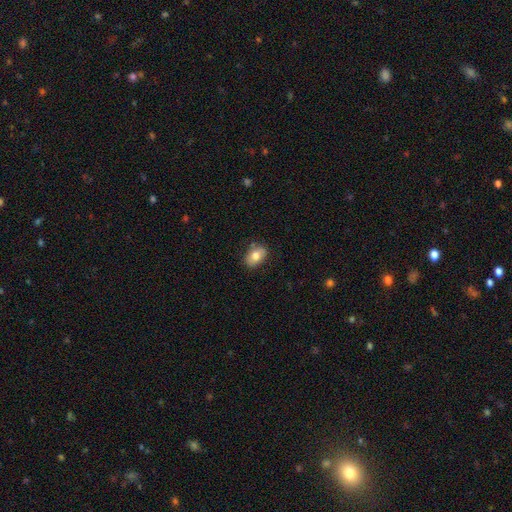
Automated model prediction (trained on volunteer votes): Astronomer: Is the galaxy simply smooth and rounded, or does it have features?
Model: smooth — 78%.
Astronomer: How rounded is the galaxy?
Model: in between — 83%.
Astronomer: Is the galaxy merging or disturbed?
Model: none — 81%.